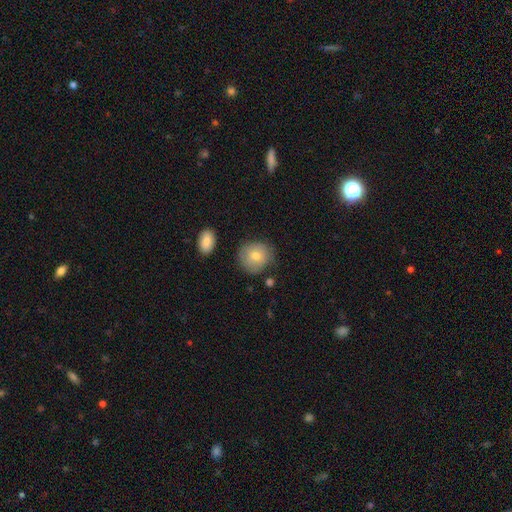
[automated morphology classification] Smooth or featured: smooth — 73% (featured or disk — 18%)
How rounded: round — 87% (in between — 12%)
Merging: none — 76% (minor disturbance — 17%)